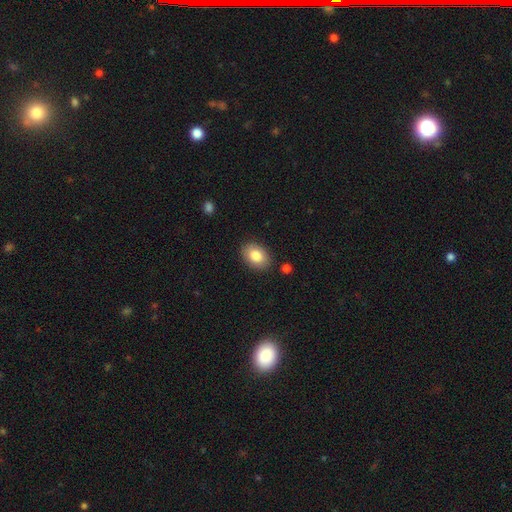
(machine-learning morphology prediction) Smooth or featured? smooth (83%)
How rounded? in between (80%)
Merging? none (86%)